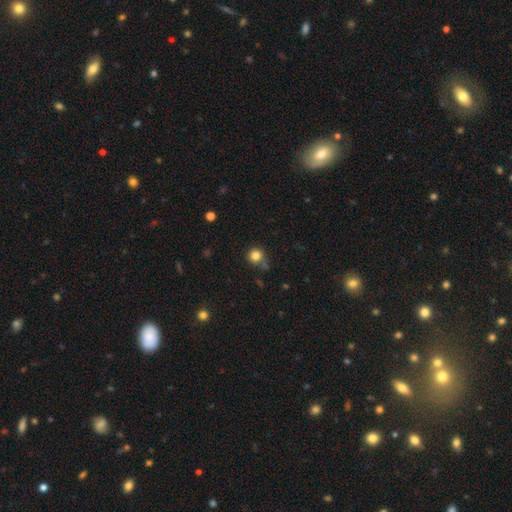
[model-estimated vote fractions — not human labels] Smooth or featured? Predicted: smooth (p=0.83). How rounded? Predicted: round (p=0.93). Merging? Predicted: none (p=0.75).